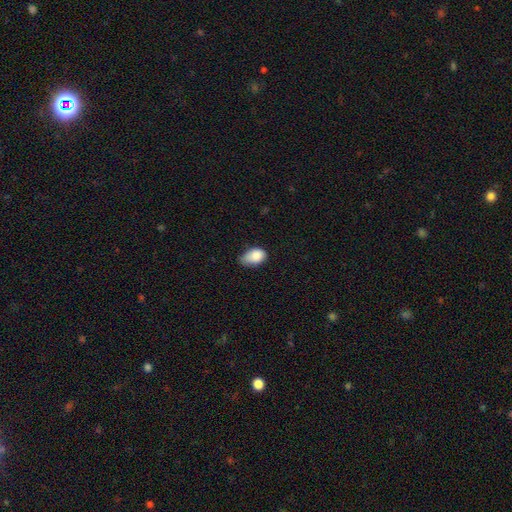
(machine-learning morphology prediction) Smooth or featured? Predicted: smooth (p=0.85). How rounded? Predicted: in between (p=0.87). Merging? Predicted: minor disturbance (p=0.50).